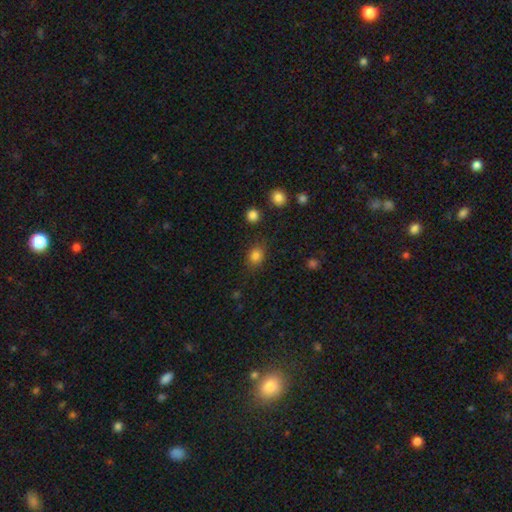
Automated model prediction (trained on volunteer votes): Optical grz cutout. It shows a smooth galaxy with no disk features (82%) that is round (54%). Merging: none (81%).